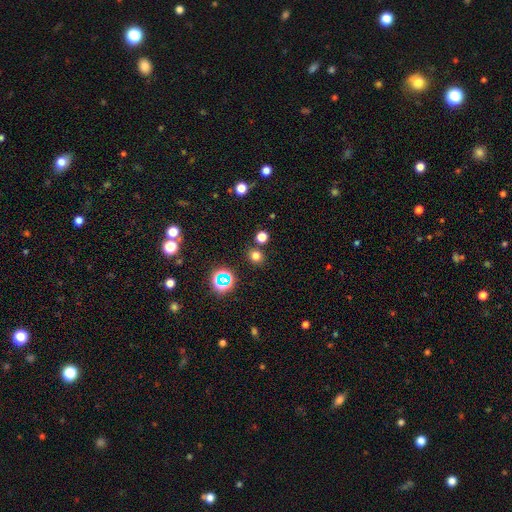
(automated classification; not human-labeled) Smooth or featured? Predicted: smooth (p=0.72). How rounded? Predicted: round (p=0.85). Merging? Predicted: none (p=0.83).